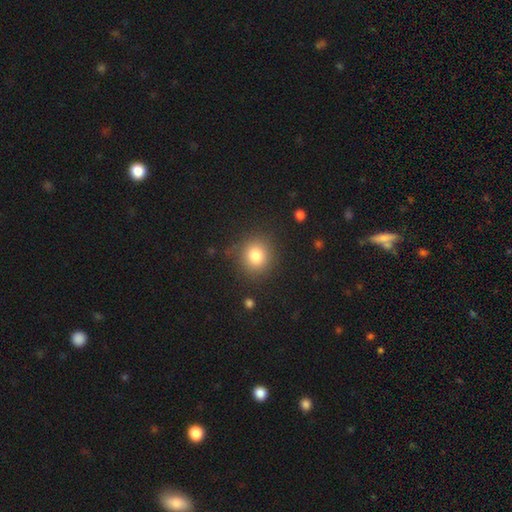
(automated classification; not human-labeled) A smooth galaxy with no disk features (81%) that is round (85%). Merging: none (84%).